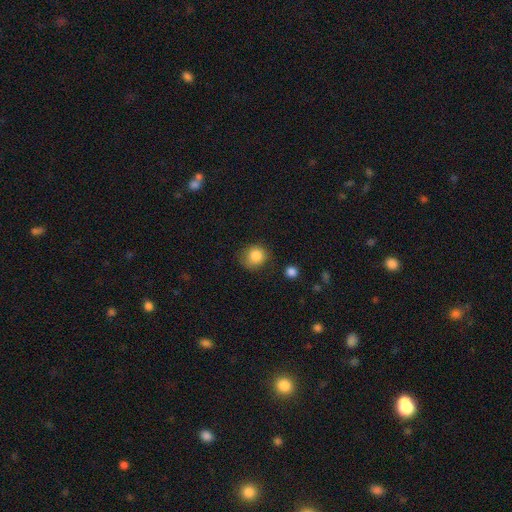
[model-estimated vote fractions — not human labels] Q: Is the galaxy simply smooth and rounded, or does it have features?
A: smooth — 85%.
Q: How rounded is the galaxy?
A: round — 80%.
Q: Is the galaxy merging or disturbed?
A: none — 72%.